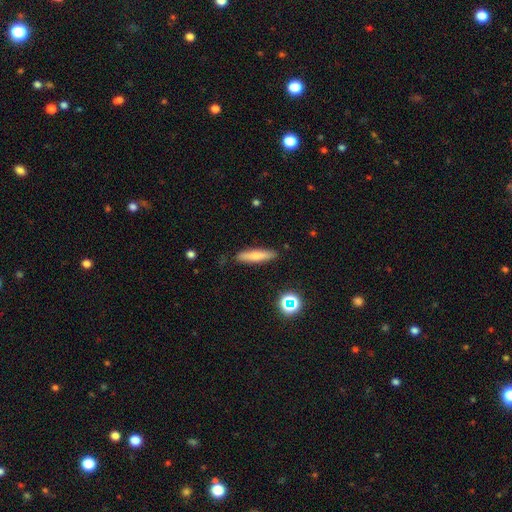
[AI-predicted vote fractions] The model was most divided on "smooth or featured": smooth: 69%, featured or disk: 23%, star or artifact: 8%. More confident: merging — none (87%); how rounded — cigar-shaped (82%).